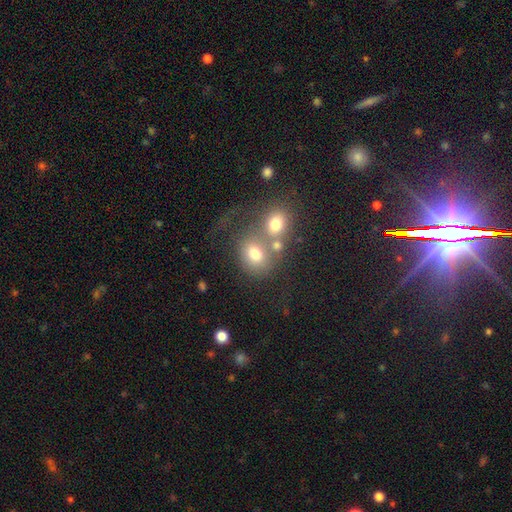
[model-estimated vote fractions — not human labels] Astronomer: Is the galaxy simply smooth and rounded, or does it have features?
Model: smooth — 64%.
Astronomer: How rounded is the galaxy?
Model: round — 66%.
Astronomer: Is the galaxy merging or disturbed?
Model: merger — 55%.